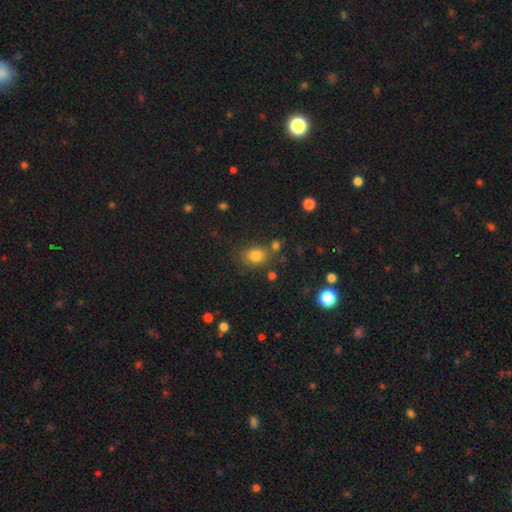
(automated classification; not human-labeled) This appears to be a smooth galaxy with no disk features (80%) that is in between round and cigar-shaped (55%). Merging: none (72%).